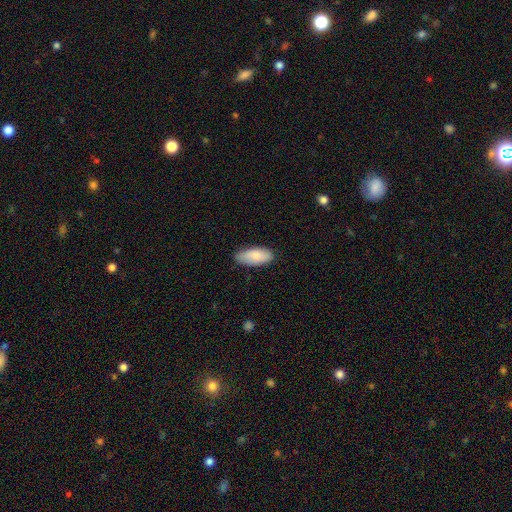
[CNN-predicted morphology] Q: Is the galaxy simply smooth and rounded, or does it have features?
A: smooth — 83%.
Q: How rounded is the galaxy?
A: in between — 87%.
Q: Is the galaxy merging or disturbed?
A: none — 81%.